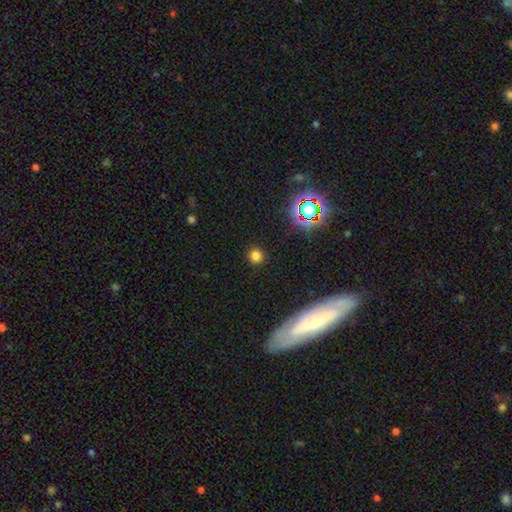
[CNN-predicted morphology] Q: Smooth or featured?
A: smooth (76%); runner-up: star or artifact (19%)
Q: How rounded?
A: round (93%); runner-up: in between (6%)
Q: Merging?
A: none (90%); runner-up: minor disturbance (6%)